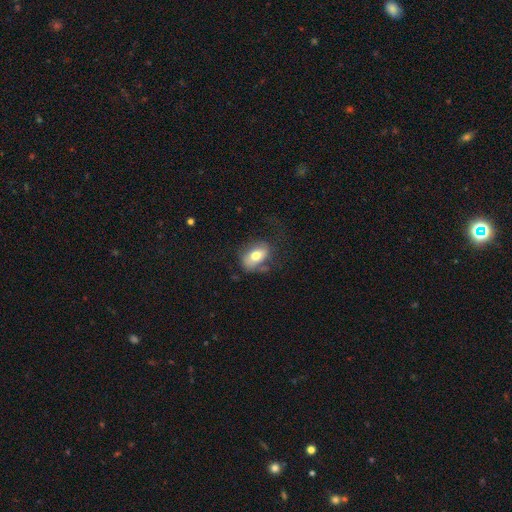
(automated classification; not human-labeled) The model was most divided on "merging": none: 52%, minor disturbance: 26%, major disturbance: 19%, merger: 3%. More confident: how rounded — in between (83%); smooth or featured — smooth (68%).